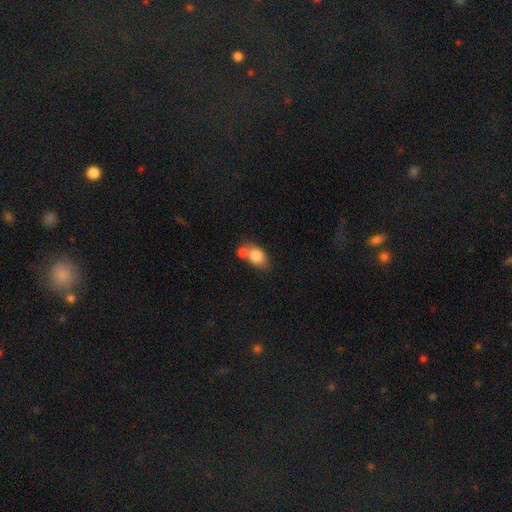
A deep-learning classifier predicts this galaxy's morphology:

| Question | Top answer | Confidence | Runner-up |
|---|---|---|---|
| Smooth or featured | smooth | 79% | featured or disk (13%) |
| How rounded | in between | 73% | round (25%) |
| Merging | none | 44% | merger (38%) |